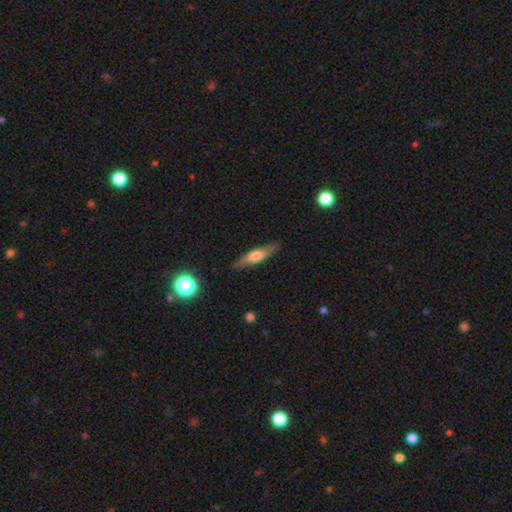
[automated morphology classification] A smooth galaxy with no disk features (50%).

Vote fractions:
- Smooth or featured? smooth: 50% / featured or disk: 44% / star or artifact: 7%
- Merging? none: 85% / minor disturbance: 11% / major disturbance: 3% / merger: 1%